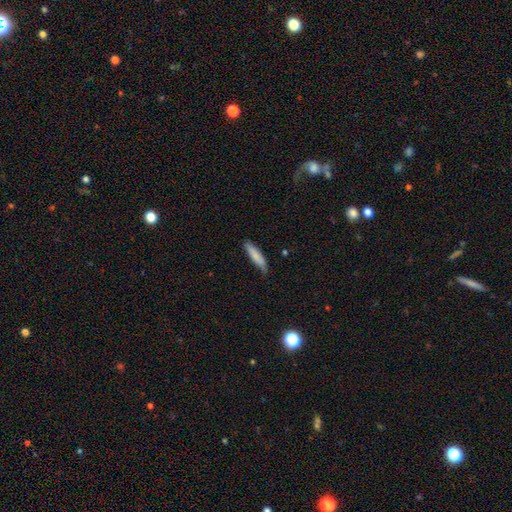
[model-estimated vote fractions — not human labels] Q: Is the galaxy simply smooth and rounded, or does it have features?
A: smooth — 80%.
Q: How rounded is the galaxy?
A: cigar-shaped — 78%.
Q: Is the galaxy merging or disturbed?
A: none — 71%.